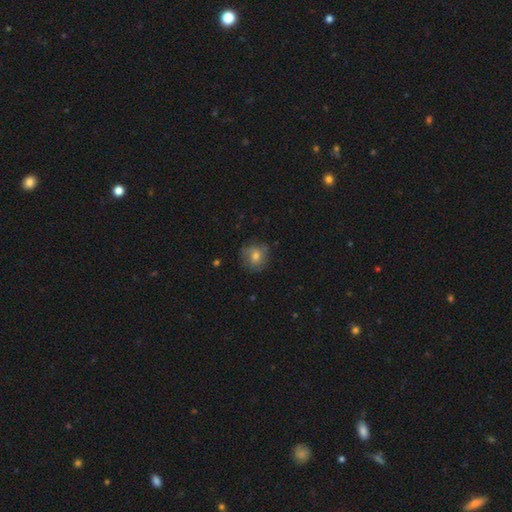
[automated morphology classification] type=smooth (66%); roundness=round (84%); merging=none (73%).